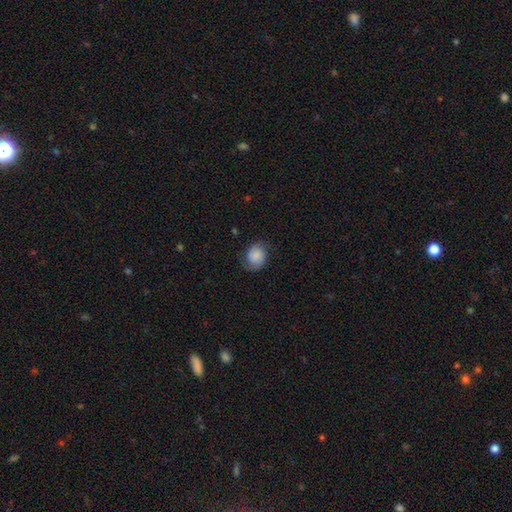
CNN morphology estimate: Overall: smooth (65%; featured or disk 27%). How rounded: round (57%; in between 42%). Merging: none (68%).